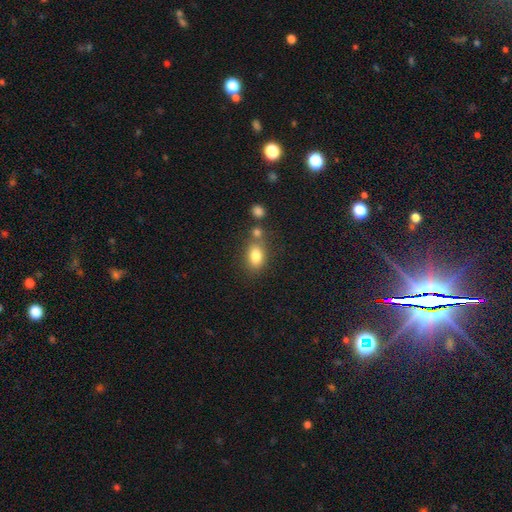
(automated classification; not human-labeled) smooth-or-featured: smooth: 81% | star or artifact: 9% | featured or disk: 9%
  how-rounded: in between: 79% | round: 19% | cigar-shaped: 2%
  merging: none: 57% | merger: 24% | minor disturbance: 14% | major disturbance: 5%